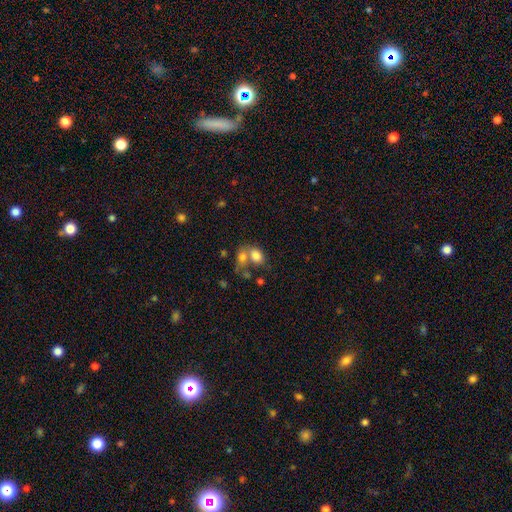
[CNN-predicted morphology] type=smooth (77%); roundness=in between (70%); merging=merger (52%).